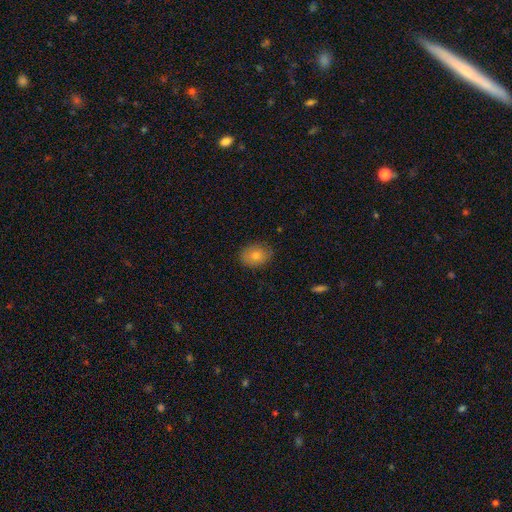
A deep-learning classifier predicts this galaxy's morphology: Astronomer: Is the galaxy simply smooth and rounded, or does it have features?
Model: smooth — 75%.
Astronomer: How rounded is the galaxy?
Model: in between — 60% (runner-up: round, 39%).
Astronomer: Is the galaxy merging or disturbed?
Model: none — 85%.